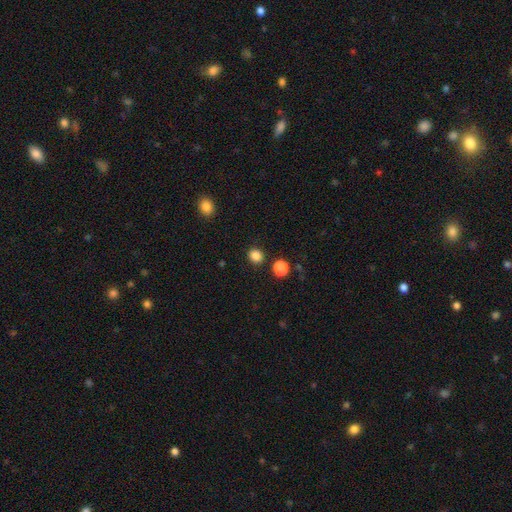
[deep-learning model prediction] A smooth galaxy with no disk features (85%) that is round (78%). Merging: none (88%).